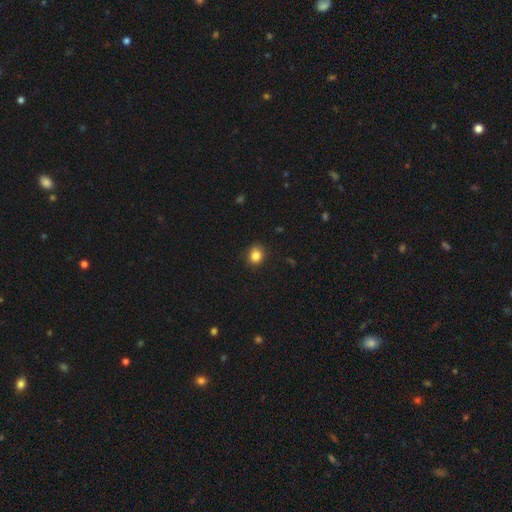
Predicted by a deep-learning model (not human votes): This appears to be a smooth galaxy with no disk features (84%) that is round (71%). Merging: none (85%).